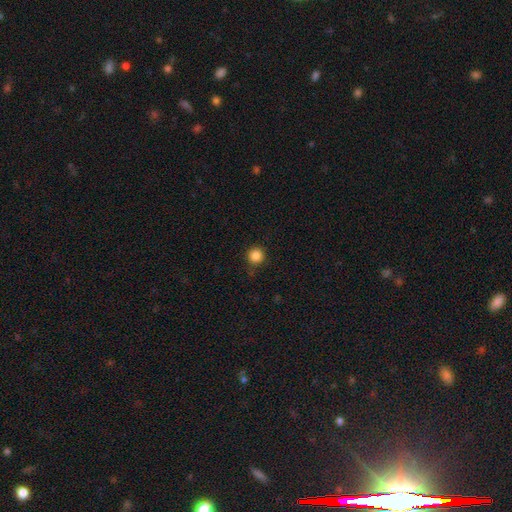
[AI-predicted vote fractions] A smooth galaxy with no disk features (85%) that is round (95%). Merging: none (88%).